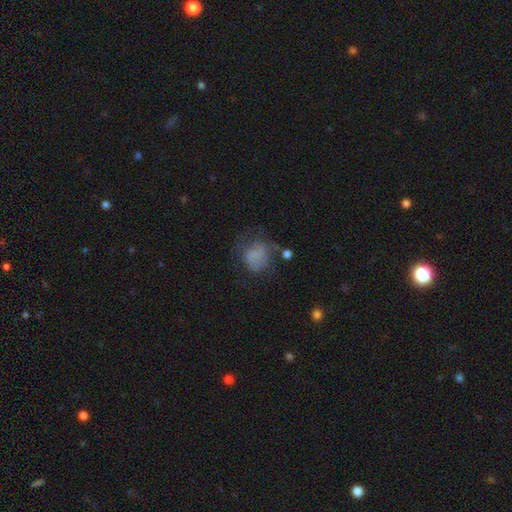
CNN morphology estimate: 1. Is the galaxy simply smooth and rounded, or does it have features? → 61% smooth, 25% featured or disk, 14% star or artifact.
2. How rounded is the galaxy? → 62% round, 37% in between, 1% cigar-shaped.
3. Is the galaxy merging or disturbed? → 41% none, 29% major disturbance, 25% minor disturbance, 4% merger.